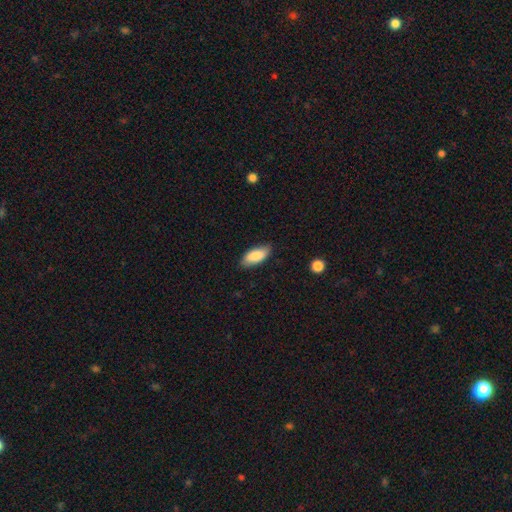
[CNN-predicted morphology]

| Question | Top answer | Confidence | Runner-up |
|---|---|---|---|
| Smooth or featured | smooth | 85% | featured or disk (10%) |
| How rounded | in between | 88% | cigar-shaped (10%) |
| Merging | none | 80% | minor disturbance (16%) |